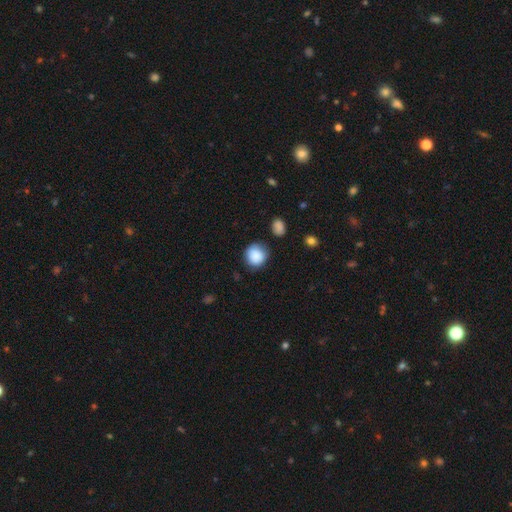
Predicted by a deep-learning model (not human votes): Smooth or featured? smooth (88%)
How rounded? round (88%)
Merging? none (76%)